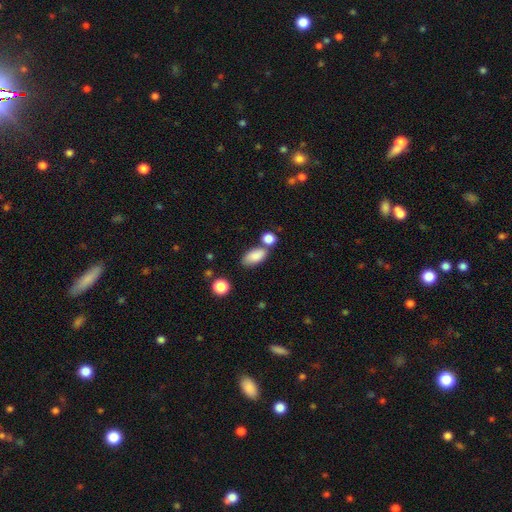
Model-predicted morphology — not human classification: This is clearly a smooth galaxy (86%). How rounded: clearly in between (90%). Merging: possibly none (55%).